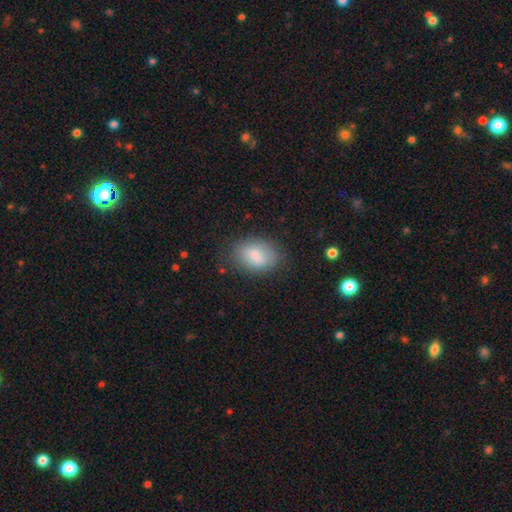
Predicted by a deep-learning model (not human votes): smooth 79%, featured or disk 13%, star or artifact 7%. Down the decision tree: how rounded — in between (83%); merging — none (73%).